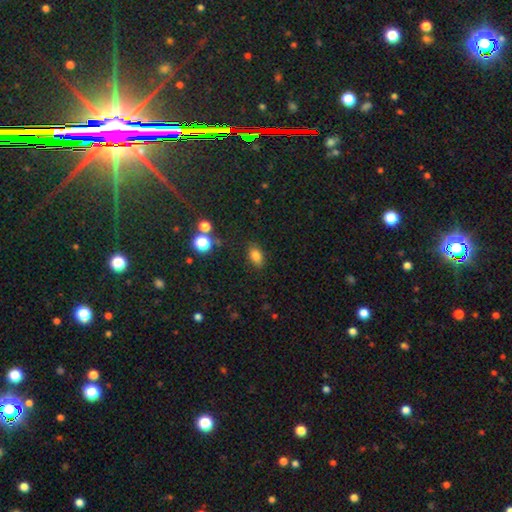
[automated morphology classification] Overall: smooth (79%). How rounded: in between (82%). Merging: none (85%).